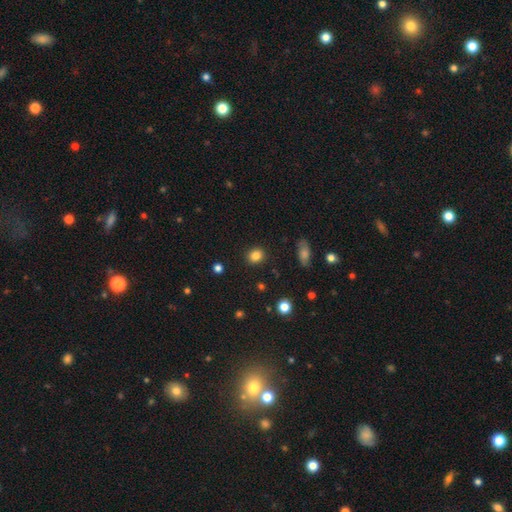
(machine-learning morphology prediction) The model was most divided on "how rounded": round: 74%, in between: 24%, cigar-shaped: 1%. More confident: merging — none (90%); smooth or featured — smooth (84%).